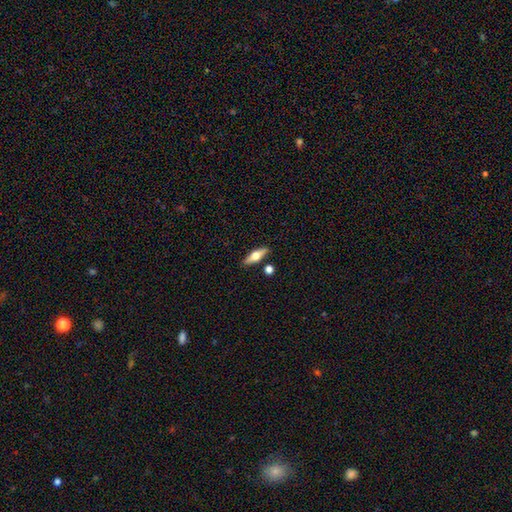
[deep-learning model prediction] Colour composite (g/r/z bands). It shows a featured or disk galaxy (47%). Merging: none (83%).